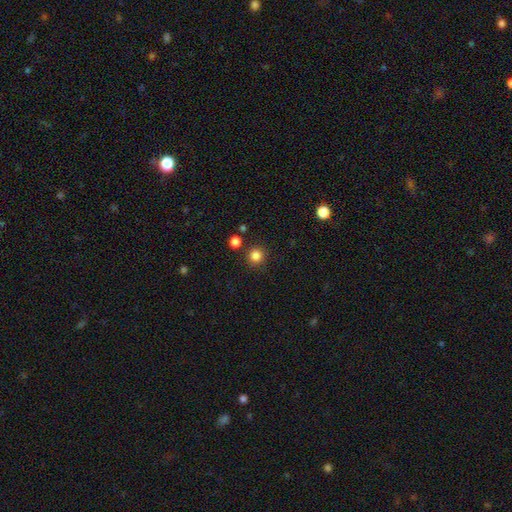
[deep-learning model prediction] smooth_or_featured: smooth (p=0.84) [alt: star or artifact p=0.12]
how_rounded: round (p=0.95) [alt: in between p=0.05]
merging: none (p=0.87) [alt: minor disturbance p=0.06]